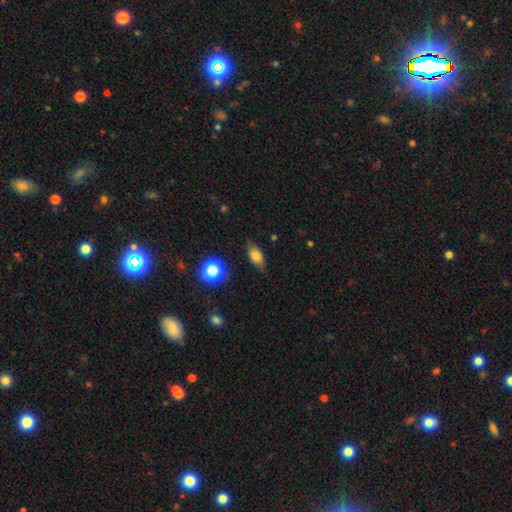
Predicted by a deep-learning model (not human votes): Smooth or featured: smooth — 75% (featured or disk — 15%)
How rounded: in between — 82% (cigar-shaped — 10%)
Merging: none — 79% (minor disturbance — 16%)